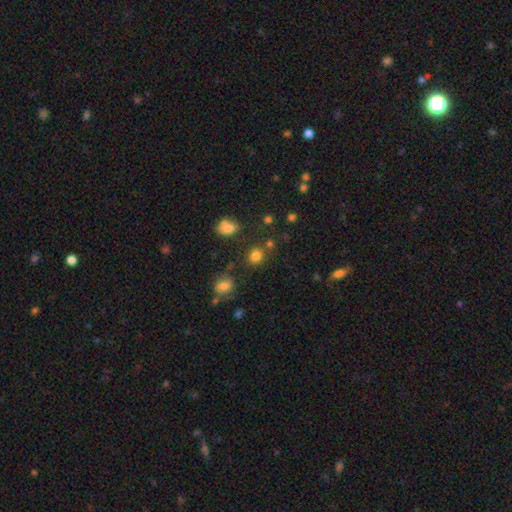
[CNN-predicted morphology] smooth-or-featured: smooth: 79% | star or artifact: 15% | featured or disk: 6%
  how-rounded: round: 72% | in between: 27% | cigar-shaped: 1%
  merging: none: 75% | minor disturbance: 11% | merger: 10% | major disturbance: 4%